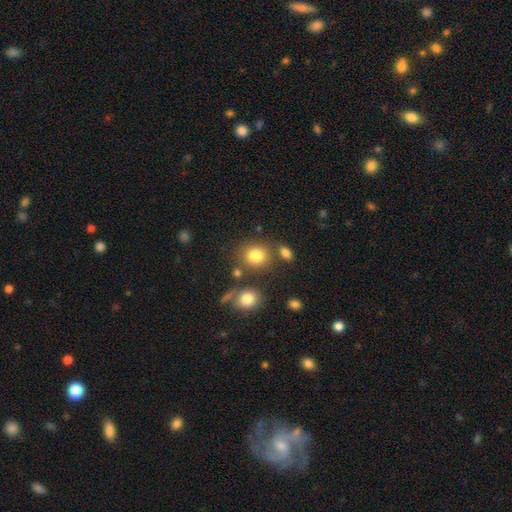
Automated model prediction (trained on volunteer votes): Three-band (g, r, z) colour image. It shows a smooth galaxy with no disk features (81%) that is round (77%). Merging: none (72%).